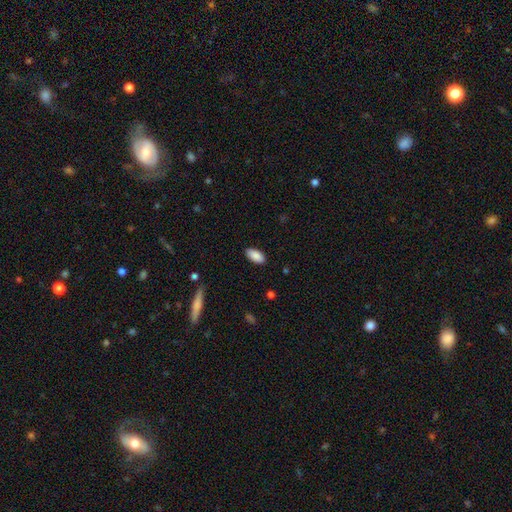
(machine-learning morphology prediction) This appears to be a smooth galaxy with no disk features (89%) that is in between round and cigar-shaped (92%). Merging: none (87%).